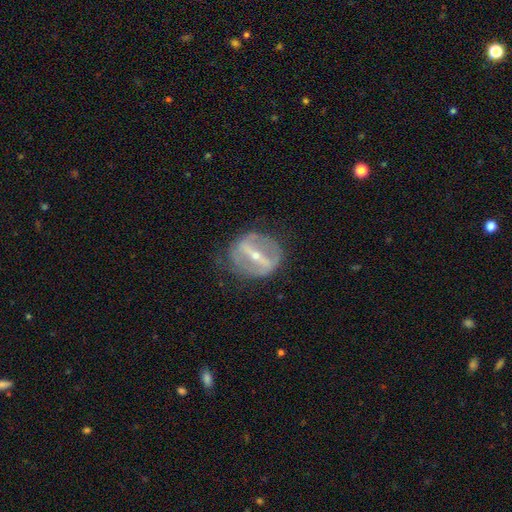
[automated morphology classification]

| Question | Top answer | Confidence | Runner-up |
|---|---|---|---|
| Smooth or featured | featured or disk | 82% | smooth (11%) |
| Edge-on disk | no | 88% | yes (12%) |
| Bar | strong | 83% | weak (12%) |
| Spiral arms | no | 59% | yes (41%) |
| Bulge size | small | 67% | moderate (30%) |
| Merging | none | 72% | minor disturbance (17%) |